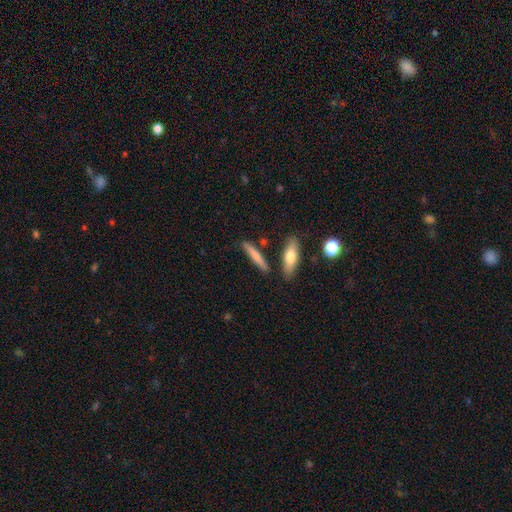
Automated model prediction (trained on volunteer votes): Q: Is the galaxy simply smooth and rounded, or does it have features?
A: smooth — 73%.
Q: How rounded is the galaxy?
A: cigar-shaped — 88%.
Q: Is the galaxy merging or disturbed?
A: none — 82%.